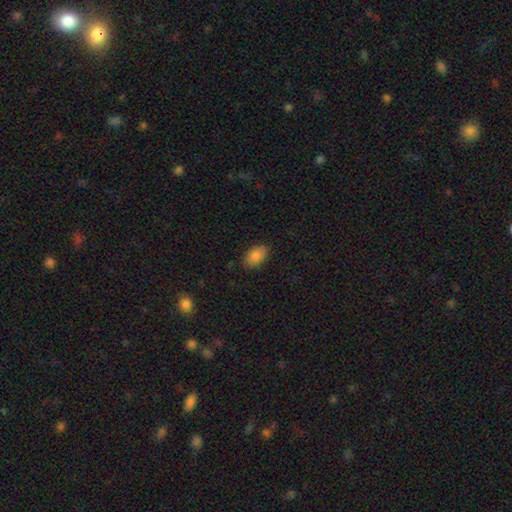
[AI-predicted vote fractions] smooth 87%, star or artifact 8%, featured or disk 5%. Down the decision tree: how rounded — in between (91%); merging — none (85%).